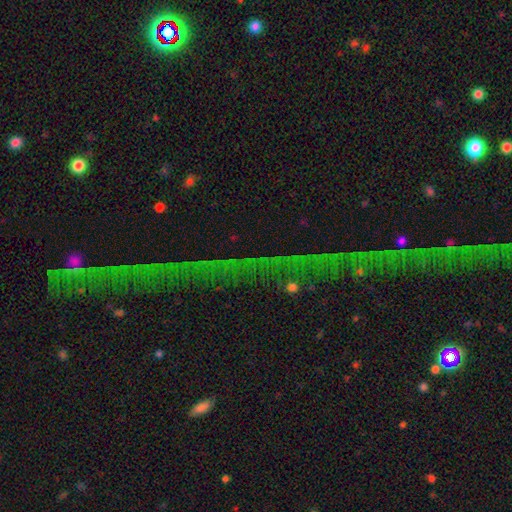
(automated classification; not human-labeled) This is likely a star or artifact rather than a galaxy (71%).